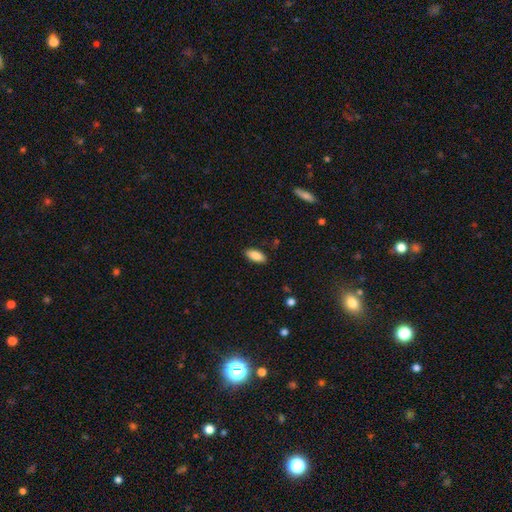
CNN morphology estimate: smooth_or_featured: smooth (p=0.87) [alt: star or artifact p=0.07]
how_rounded: in between (p=0.88) [alt: cigar-shaped p=0.10]
merging: none (p=0.87) [alt: minor disturbance p=0.09]